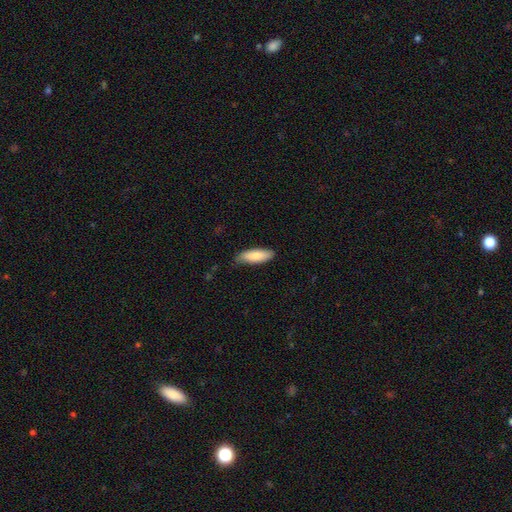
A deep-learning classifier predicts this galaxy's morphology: A smooth galaxy with no disk features (83%) that is in between round and cigar-shaped (60%). Merging: none (75%).